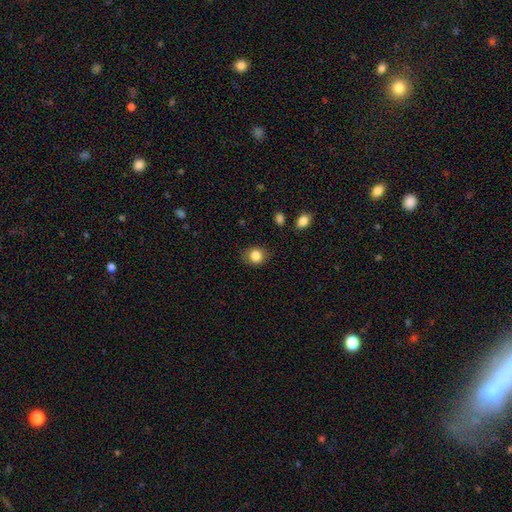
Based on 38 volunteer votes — smooth-or-featured: smooth: 87% | star or artifact: 8% | featured or disk: 5%
  how-rounded: round: 58% | in between: 42% | cigar-shaped: 0%
  merging: none: 71% | minor disturbance: 20% | major disturbance: 6% | merger: 3%